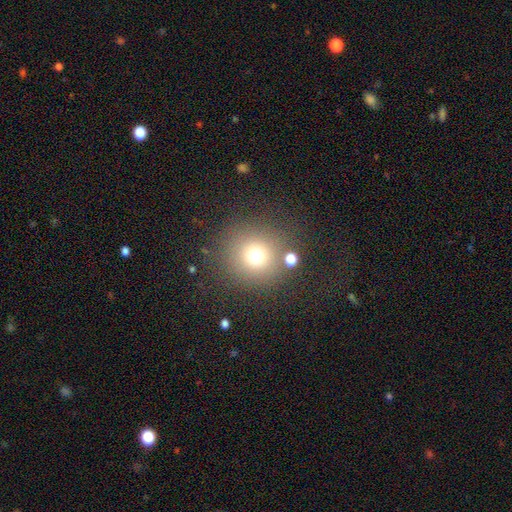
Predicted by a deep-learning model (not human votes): Morphology: type=smooth (72%); roundness=round (94%); merging=none (81%).